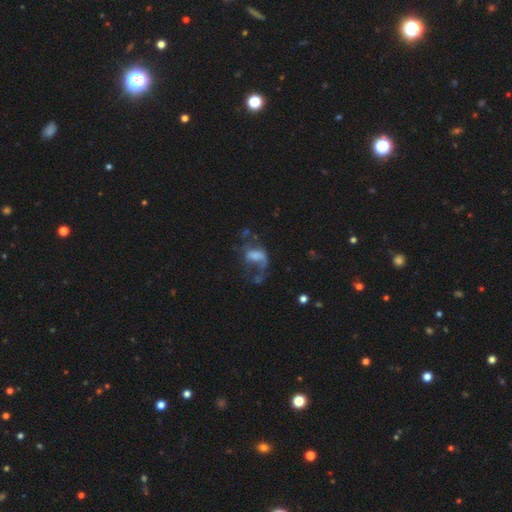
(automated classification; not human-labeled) Smooth or featured? featured or disk (49%)
Merging? major disturbance (55%)